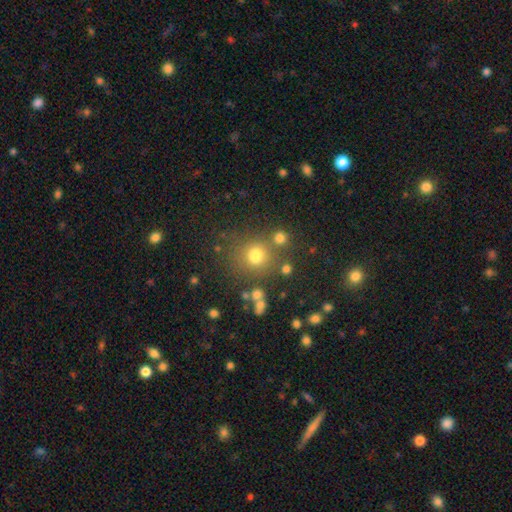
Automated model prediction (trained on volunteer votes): Morphology: type=smooth (72%); roundness=round (86%); merging=none (72%).